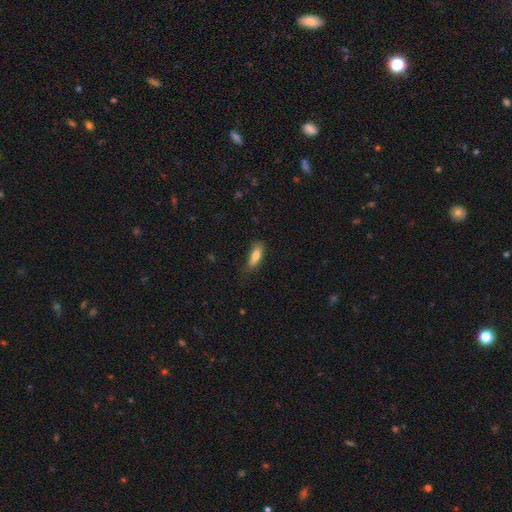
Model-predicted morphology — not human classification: Smooth or featured: smooth — 78% (featured or disk — 15%)
How rounded: in between — 62% (cigar-shaped — 35%)
Merging: none — 66% (minor disturbance — 26%)